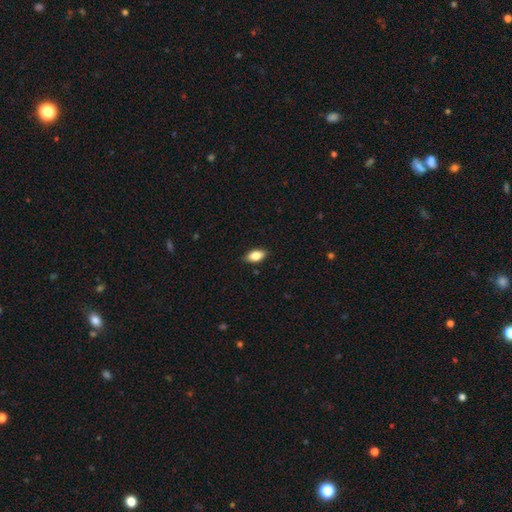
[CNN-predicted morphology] A smooth galaxy with no disk features (82%) that is in between round and cigar-shaped (90%). Merging: none (87%).